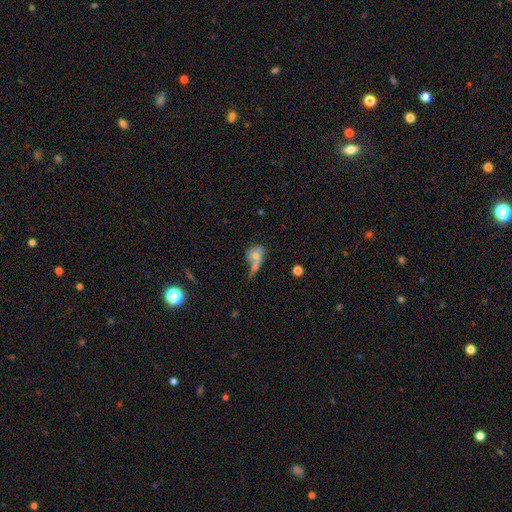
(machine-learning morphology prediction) Smooth or featured: smooth — 59% (featured or disk — 31%)
How rounded: in between — 51% (round — 45%)
Merging: merger — 30% (major disturbance — 29%)